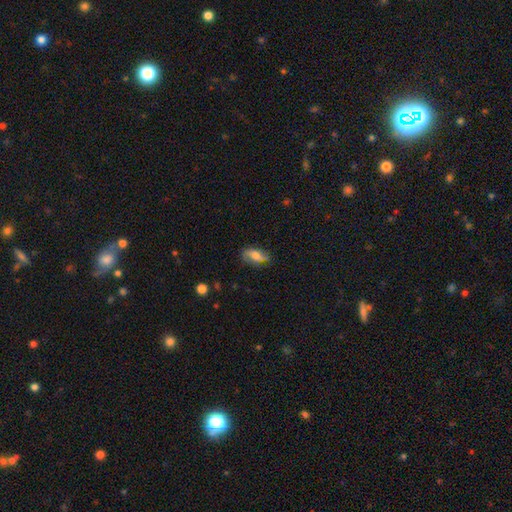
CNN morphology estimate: Smooth or featured?
  - smooth: 61% *
  - featured or disk: 31%
  - star or artifact: 9%
How rounded?
  - in between: 81% *
  - cigar-shaped: 14%
  - round: 4%
Merging?
  - none: 65% *
  - minor disturbance: 26%
  - major disturbance: 7%
  - merger: 2%